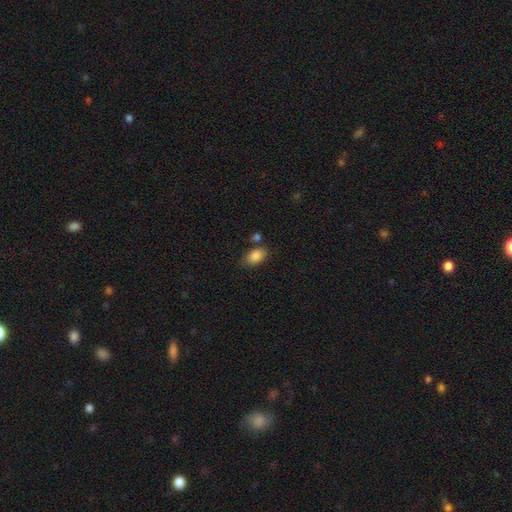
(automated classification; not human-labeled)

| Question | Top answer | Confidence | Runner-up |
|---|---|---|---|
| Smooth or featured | smooth | 87% | star or artifact (8%) |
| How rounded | in between | 90% | round (8%) |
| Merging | none | 71% | minor disturbance (16%) |